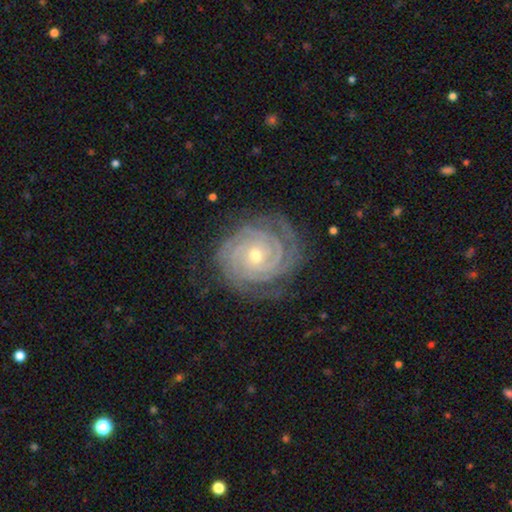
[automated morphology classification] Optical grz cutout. It shows a featured or disk galaxy (91%) with no bar (75%), 3 (26%) tight (88%) spiral arms (98%) and a small central bulge (54%). Merging: none (78%).